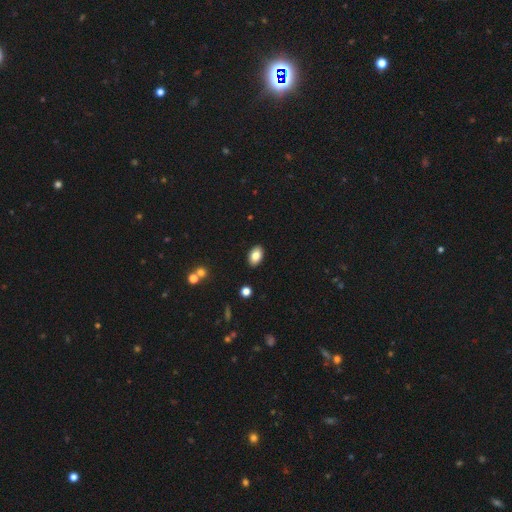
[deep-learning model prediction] This appears to be a smooth galaxy with no disk features (84%) that is in between round and cigar-shaped (91%). Merging: none (89%).